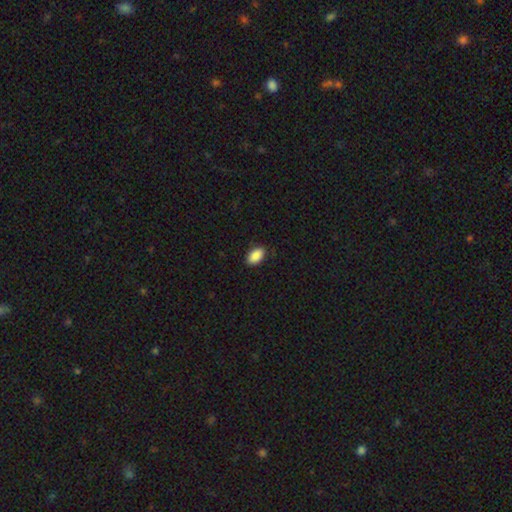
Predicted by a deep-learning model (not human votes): Smooth or featured?
  - smooth: 90% *
  - star or artifact: 7%
  - featured or disk: 3%
How rounded?
  - in between: 93% *
  - round: 6%
  - cigar-shaped: 2%
Merging?
  - none: 87% *
  - minor disturbance: 10%
  - major disturbance: 2%
  - merger: 1%